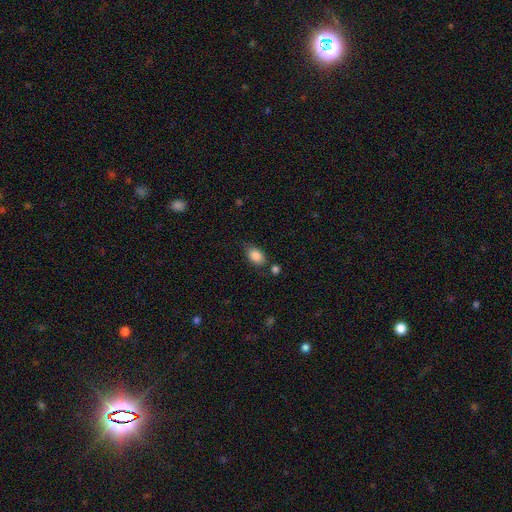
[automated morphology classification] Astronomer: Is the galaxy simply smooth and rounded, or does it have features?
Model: smooth — 86%.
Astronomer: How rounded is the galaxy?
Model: in between — 86%.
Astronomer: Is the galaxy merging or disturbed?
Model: none — 69%.